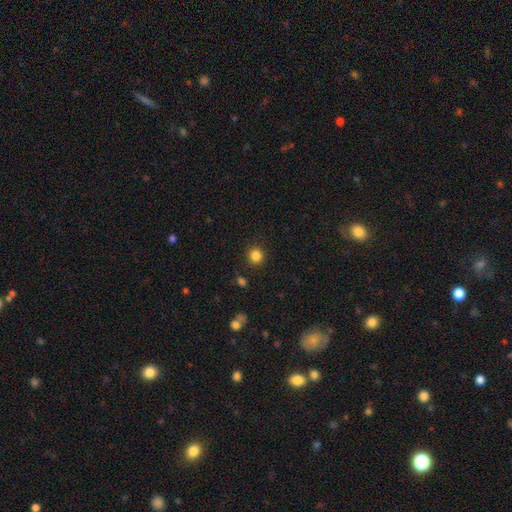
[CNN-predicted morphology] This is clearly a smooth galaxy (84%). How rounded: clearly round (92%). Merging: clearly none (90%).